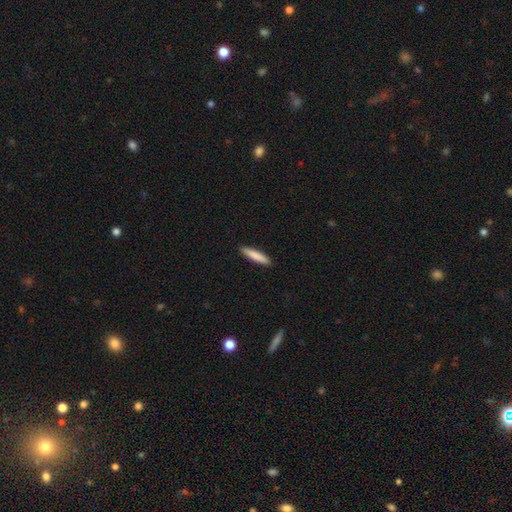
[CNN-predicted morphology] smooth-or-featured: smooth: 85% | featured or disk: 10% | star or artifact: 5%
  how-rounded: cigar-shaped: 87% | in between: 11% | round: 1%
  merging: none: 91% | minor disturbance: 6% | major disturbance: 1% | merger: 1%